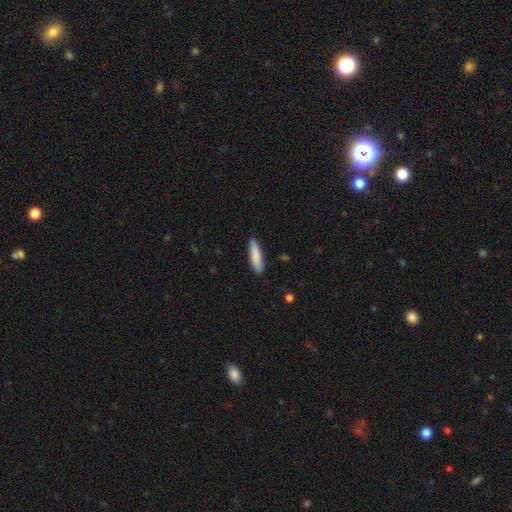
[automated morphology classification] Smooth or featured? Predicted: smooth (p=0.84). How rounded? Predicted: cigar-shaped (p=0.78). Merging? Predicted: none (p=0.86).